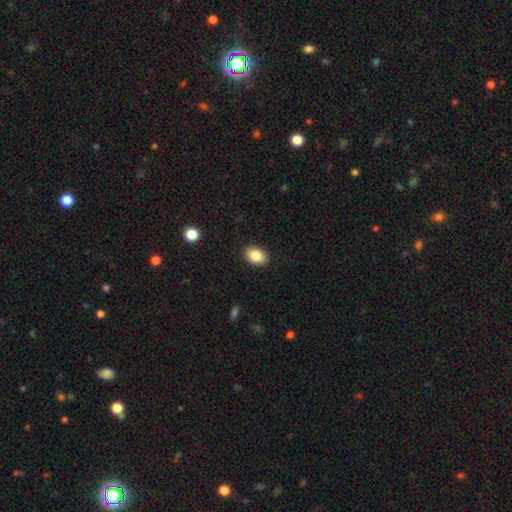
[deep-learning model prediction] smooth 86%, star or artifact 8%, featured or disk 6%. Down the decision tree: how rounded — in between (75%); merging — none (89%).